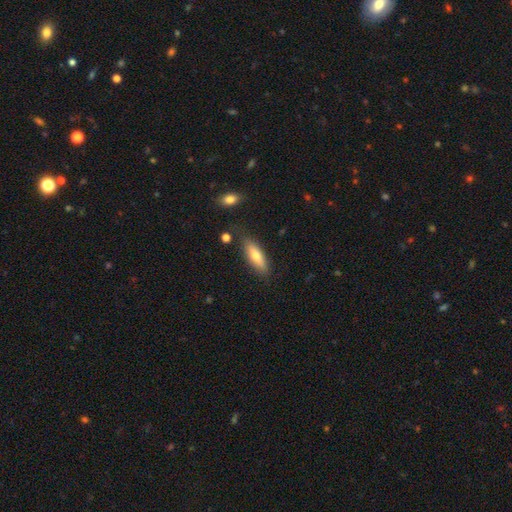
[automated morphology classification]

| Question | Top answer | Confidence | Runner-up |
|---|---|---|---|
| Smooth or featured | smooth | 71% | featured or disk (22%) |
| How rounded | cigar-shaped | 51% | in between (47%) |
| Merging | none | 82% | minor disturbance (13%) |